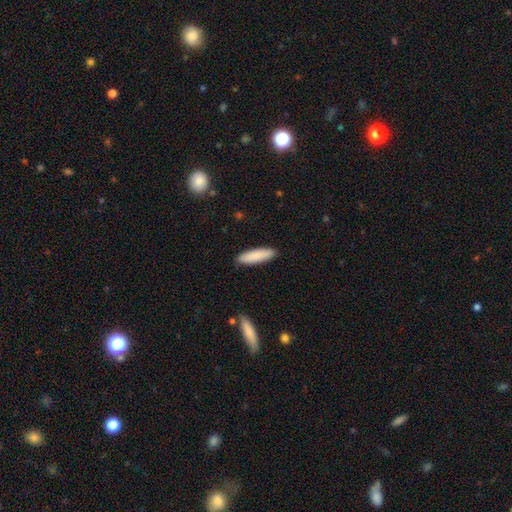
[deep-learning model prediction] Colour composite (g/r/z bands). It shows a smooth galaxy with no disk features (86%) that is cigar-shaped (64%). Merging: none (89%).